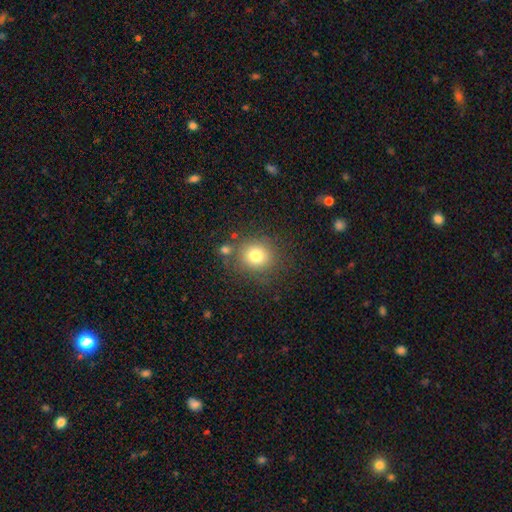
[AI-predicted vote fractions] The model was most divided on "smooth or featured": smooth: 78%, star or artifact: 13%, featured or disk: 9%. More confident: how rounded — round (86%); merging — none (79%).